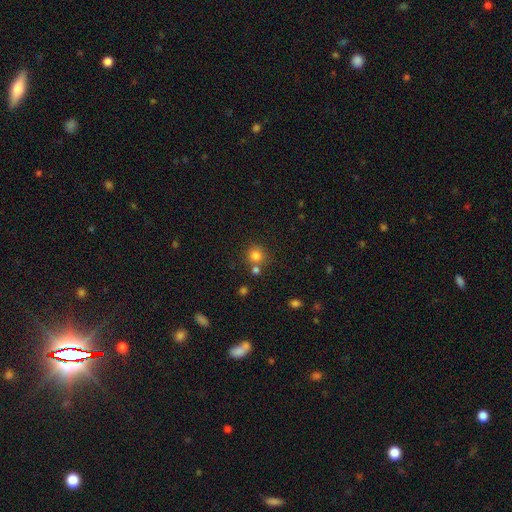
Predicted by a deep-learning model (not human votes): smooth-or-featured: smooth: 80% | star or artifact: 13% | featured or disk: 7%
  how-rounded: round: 90% | in between: 9% | cigar-shaped: 1%
  merging: none: 68% | merger: 20% | minor disturbance: 9% | major disturbance: 3%